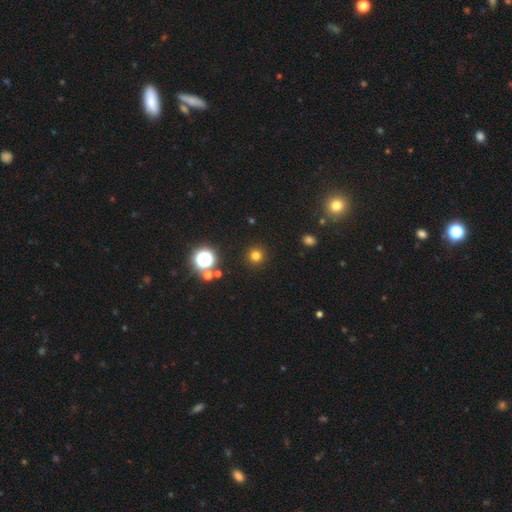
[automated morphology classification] smooth-or-featured: smooth: 76% | star or artifact: 19% | featured or disk: 5%
  how-rounded: round: 96% | in between: 3% | cigar-shaped: 1%
  merging: none: 91% | minor disturbance: 5% | major disturbance: 2% | merger: 2%